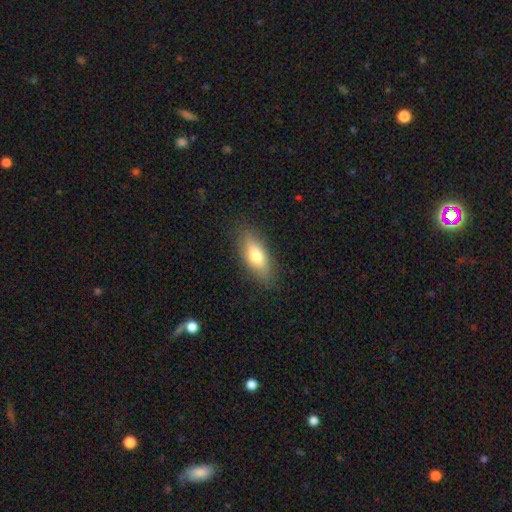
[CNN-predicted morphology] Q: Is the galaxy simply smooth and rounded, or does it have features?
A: smooth — 70%.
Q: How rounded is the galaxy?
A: in between — 68%.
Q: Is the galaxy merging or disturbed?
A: none — 86%.